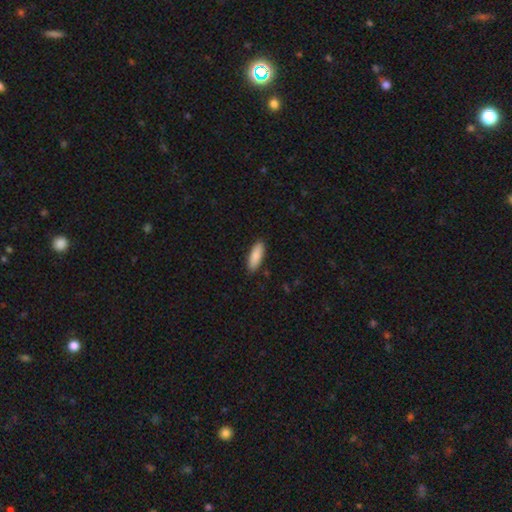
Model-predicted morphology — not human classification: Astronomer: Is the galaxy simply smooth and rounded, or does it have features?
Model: smooth — 87%.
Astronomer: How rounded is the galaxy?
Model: in between — 59% (runner-up: cigar-shaped, 40%).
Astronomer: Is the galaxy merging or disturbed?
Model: none — 89%.